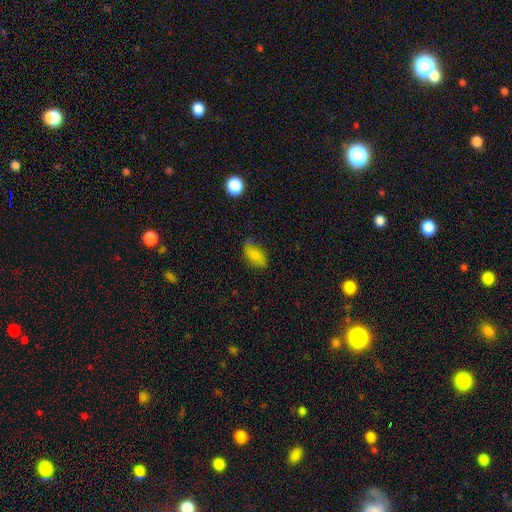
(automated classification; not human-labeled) smooth-or-featured: smooth: 69% | featured or disk: 22% | star or artifact: 9%
  how-rounded: in between: 90% | round: 5% | cigar-shaped: 5%
  merging: none: 64% | minor disturbance: 27% | major disturbance: 7% | merger: 2%